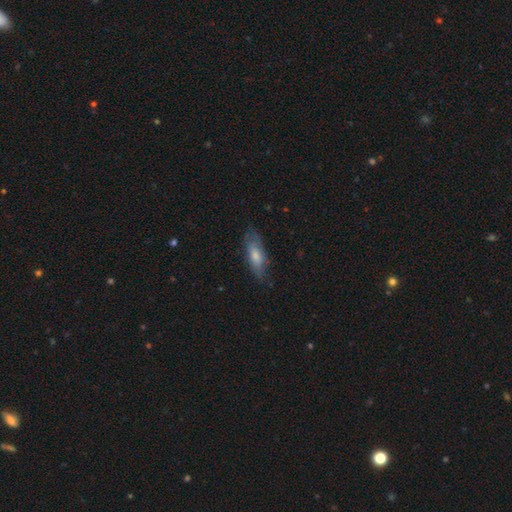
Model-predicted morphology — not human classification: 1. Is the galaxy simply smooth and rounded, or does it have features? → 65% smooth, 29% featured or disk, 6% star or artifact.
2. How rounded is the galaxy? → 63% in between, 35% cigar-shaped, 2% round.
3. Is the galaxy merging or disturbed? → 72% none, 21% minor disturbance, 6% major disturbance, 1% merger.